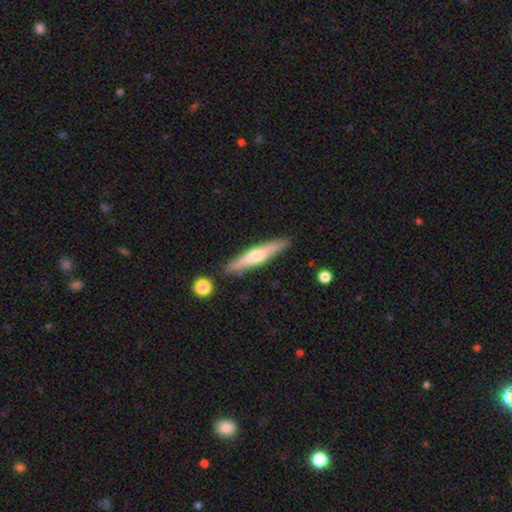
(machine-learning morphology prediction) A featured or disk galaxy (54%) viewed edge-on (95%) with a rounded central bulge (83%). Merging: none (87%).